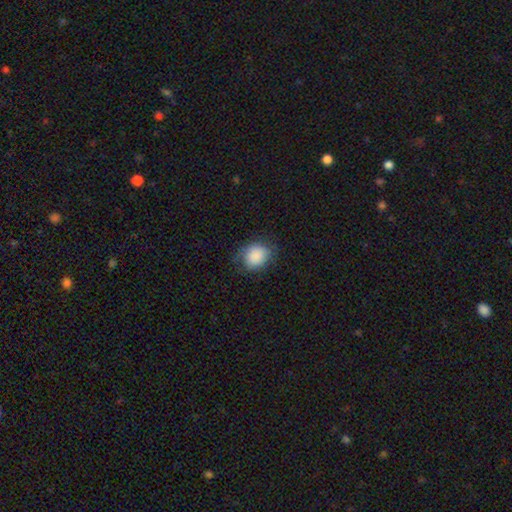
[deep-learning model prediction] Overall: smooth (86%). How rounded: round (53%; in between 46%). Merging: none (71%).